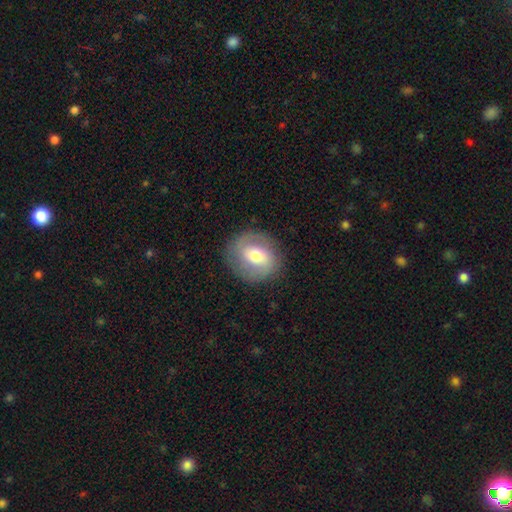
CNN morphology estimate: Overall: featured or disk (49%; smooth 44%). Merging: none (85%).